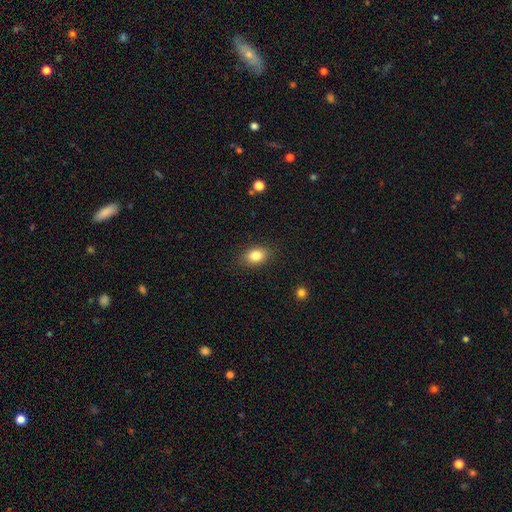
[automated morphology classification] The model was most divided on "how rounded": in between: 80%, round: 18%, cigar-shaped: 1%. More confident: merging — none (87%); smooth or featured — smooth (84%).